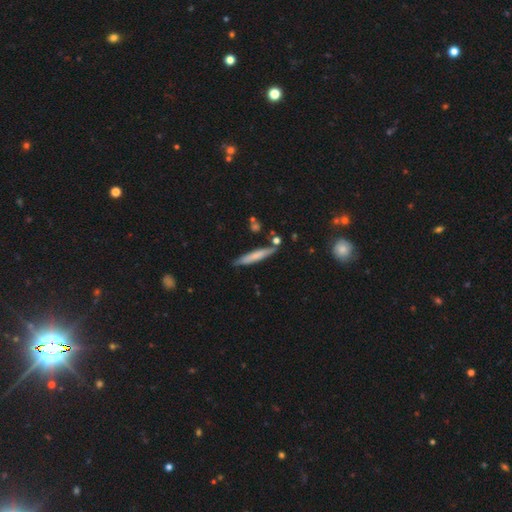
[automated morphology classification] This appears to be a smooth galaxy with no disk features (61%) that is cigar-shaped (92%). Merging: none (78%).